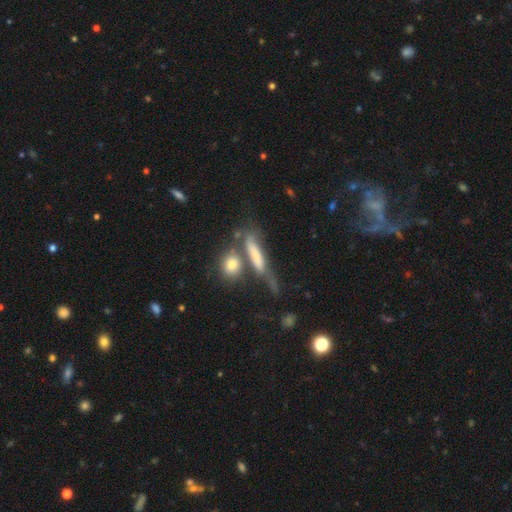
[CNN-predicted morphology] smooth 57%, featured or disk 34%, star or artifact 9%. Down the decision tree: how rounded — cigar-shaped (62%); merging — none (36%).